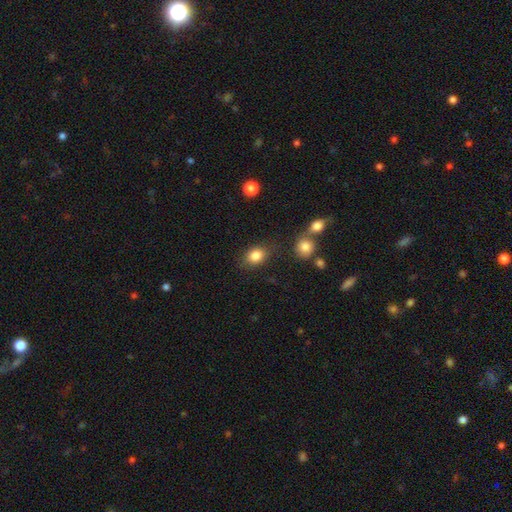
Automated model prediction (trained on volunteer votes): This is clearly a smooth galaxy (84%). How rounded: possibly in between (60%). Merging: likely none (79%).